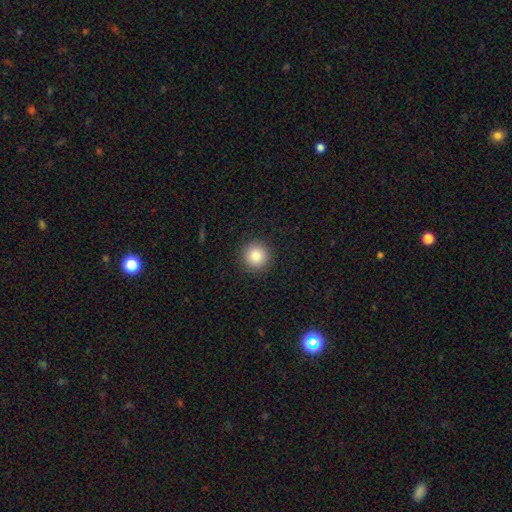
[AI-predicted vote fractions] A smooth galaxy with no disk features (85%) that is round (95%). Merging: none (92%).